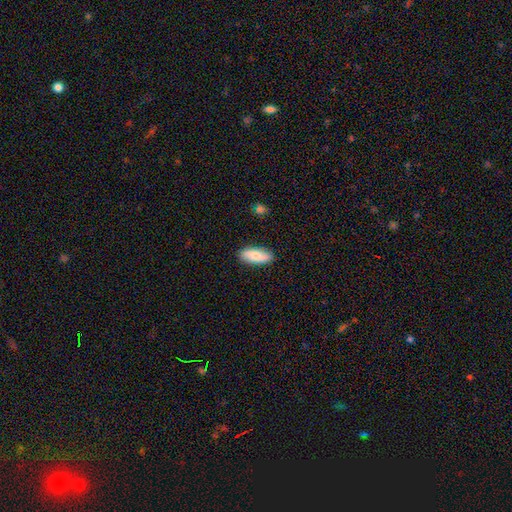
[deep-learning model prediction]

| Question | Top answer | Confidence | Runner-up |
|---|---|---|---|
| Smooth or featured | smooth | 77% | featured or disk (17%) |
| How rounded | in between | 77% | cigar-shaped (21%) |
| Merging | none | 87% | minor disturbance (10%) |